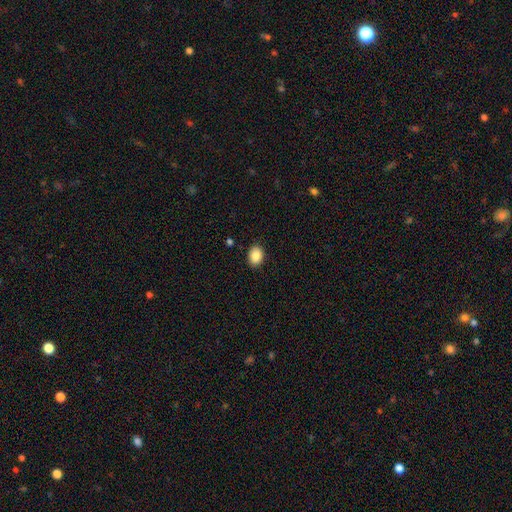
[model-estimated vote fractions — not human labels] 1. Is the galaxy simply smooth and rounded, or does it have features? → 88% smooth, 8% star or artifact, 4% featured or disk.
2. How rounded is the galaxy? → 67% in between, 32% round, 1% cigar-shaped.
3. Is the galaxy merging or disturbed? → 89% none, 8% minor disturbance, 2% major disturbance, 1% merger.